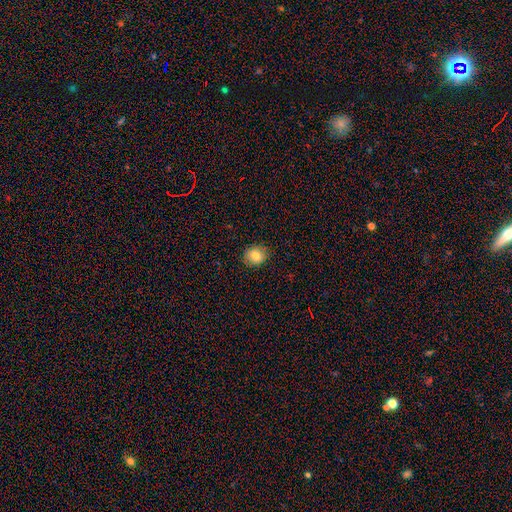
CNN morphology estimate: smooth_or_featured: smooth (p=0.82) [alt: star or artifact p=0.10]
how_rounded: round (p=0.74) [alt: in between p=0.25]
merging: none (p=0.89) [alt: minor disturbance p=0.08]